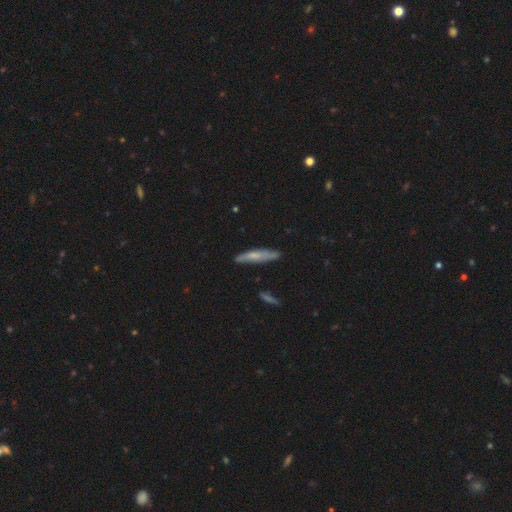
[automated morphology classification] Smooth or featured: smooth — 56% (featured or disk — 38%)
How rounded: cigar-shaped — 88% (in between — 10%)
Merging: none — 81% (minor disturbance — 15%)